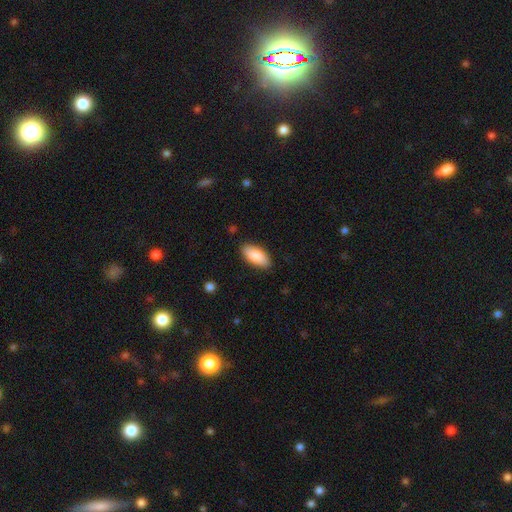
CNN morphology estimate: Overall: smooth (88%). How rounded: in between (91%). Merging: none (87%).